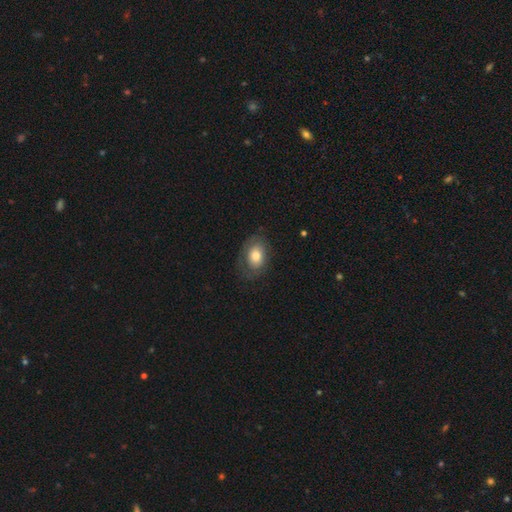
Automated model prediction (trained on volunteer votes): Smooth or featured? smooth (69%)
How rounded? in between (76%)
Merging? none (68%)